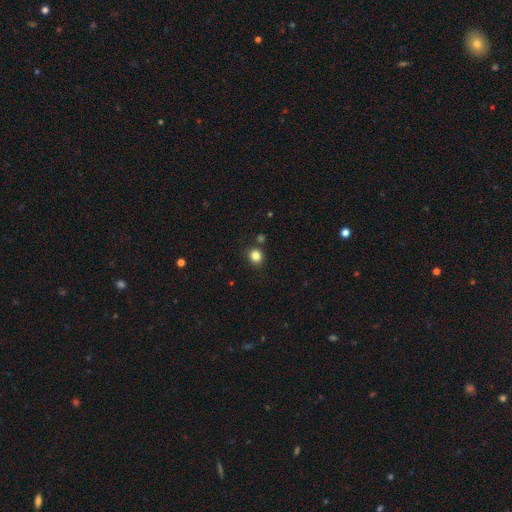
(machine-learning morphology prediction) smooth_or_featured: smooth (p=0.83) [alt: star or artifact p=0.12]
how_rounded: round (p=0.79) [alt: in between p=0.20]
merging: none (p=0.84) [alt: minor disturbance p=0.08]